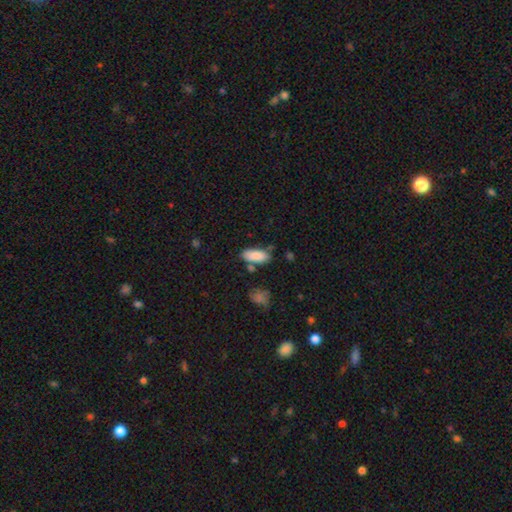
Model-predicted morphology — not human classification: Smooth or featured? smooth (87%)
How rounded? in between (85%)
Merging? none (72%)